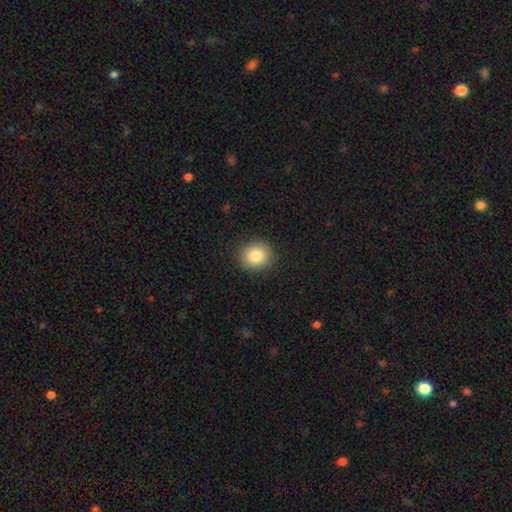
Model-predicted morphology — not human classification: type=smooth (83%); roundness=round (81%); merging=none (90%).